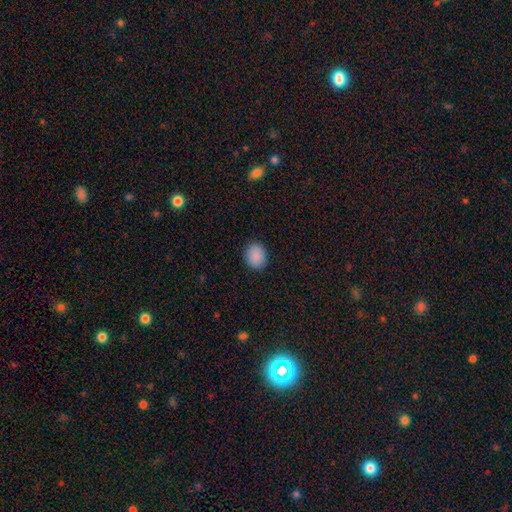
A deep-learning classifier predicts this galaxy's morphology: Overall: smooth (89%). How rounded: round (57%; in between 42%). Merging: none (89%).